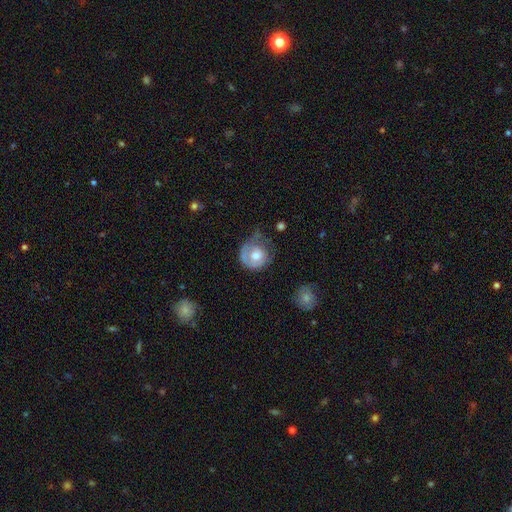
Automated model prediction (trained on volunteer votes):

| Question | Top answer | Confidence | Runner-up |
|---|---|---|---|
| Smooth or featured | smooth | 54% | featured or disk (39%) |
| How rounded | round | 83% | in between (16%) |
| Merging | none | 39% | minor disturbance (31%) |